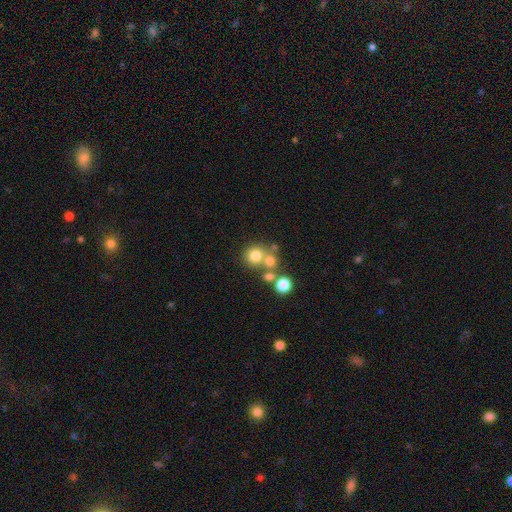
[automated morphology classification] type=smooth (72%); roundness=round (87%); merging=none (55%).